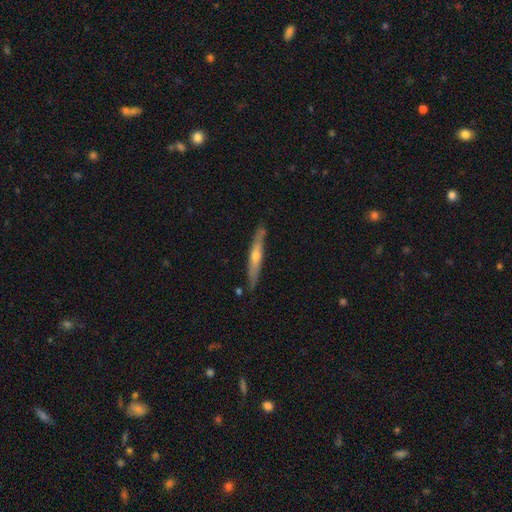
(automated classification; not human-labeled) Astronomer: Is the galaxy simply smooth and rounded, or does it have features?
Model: featured or disk — 63%.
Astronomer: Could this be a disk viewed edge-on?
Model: yes — 92%.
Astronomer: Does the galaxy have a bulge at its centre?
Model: rounded — 80%.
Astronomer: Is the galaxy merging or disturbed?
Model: none — 85%.